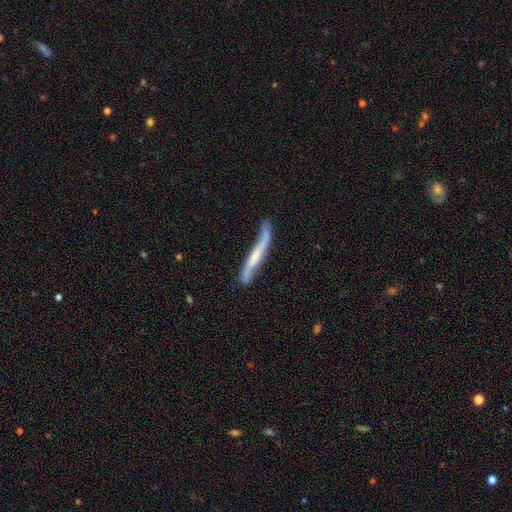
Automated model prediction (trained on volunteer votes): Smooth or featured? featured or disk (72%)
Edge-on disk? yes (57%)
Merging? none (57%)